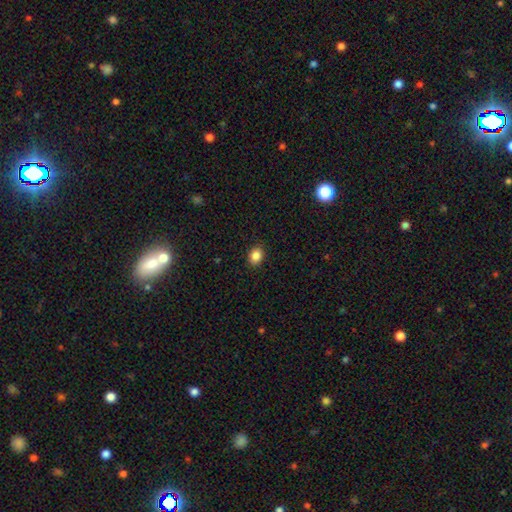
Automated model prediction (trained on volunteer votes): Smooth or featured?
  - smooth: 87% *
  - star or artifact: 9%
  - featured or disk: 4%
How rounded?
  - in between: 56% *
  - round: 43%
  - cigar-shaped: 1%
Merging?
  - none: 90% *
  - minor disturbance: 7%
  - major disturbance: 2%
  - merger: 1%